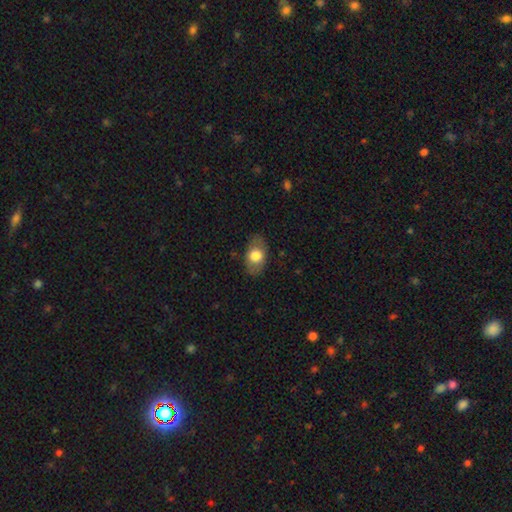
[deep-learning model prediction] Smooth or featured? Predicted: smooth (p=0.69). How rounded? Predicted: in between (p=0.87). Merging? Predicted: none (p=0.81).